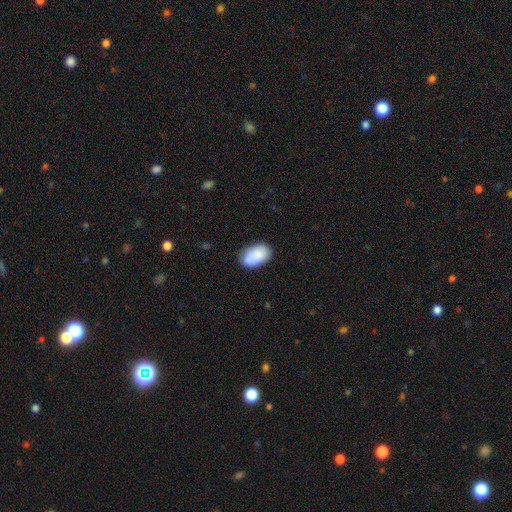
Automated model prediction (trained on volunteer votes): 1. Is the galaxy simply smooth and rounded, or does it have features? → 87% smooth, 7% featured or disk, 6% star or artifact.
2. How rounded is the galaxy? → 92% in between, 6% round, 1% cigar-shaped.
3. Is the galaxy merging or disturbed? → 77% none, 18% minor disturbance, 3% major disturbance, 2% merger.